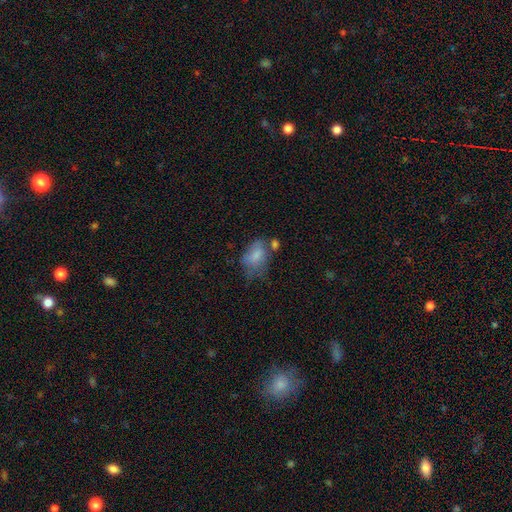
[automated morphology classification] Smooth or featured?
  - smooth: 70% *
  - featured or disk: 21%
  - star or artifact: 10%
How rounded?
  - in between: 84% *
  - round: 14%
  - cigar-shaped: 2%
Merging?
  - none: 30% *
  - minor disturbance: 29%
  - major disturbance: 25%
  - merger: 16%